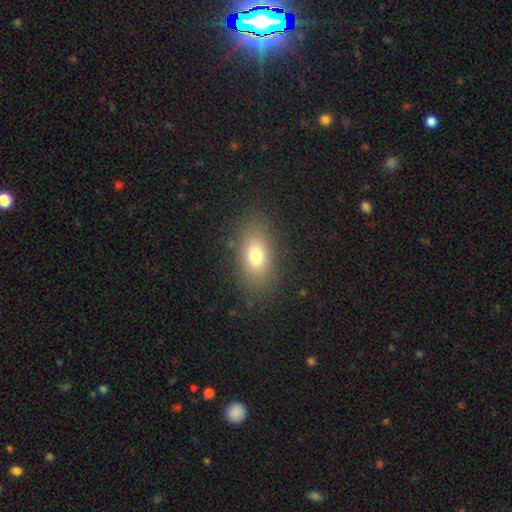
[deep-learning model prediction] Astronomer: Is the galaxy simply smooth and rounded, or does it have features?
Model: smooth — 75%.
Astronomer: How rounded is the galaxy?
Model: in between — 83%.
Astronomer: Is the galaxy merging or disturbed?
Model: none — 84%.